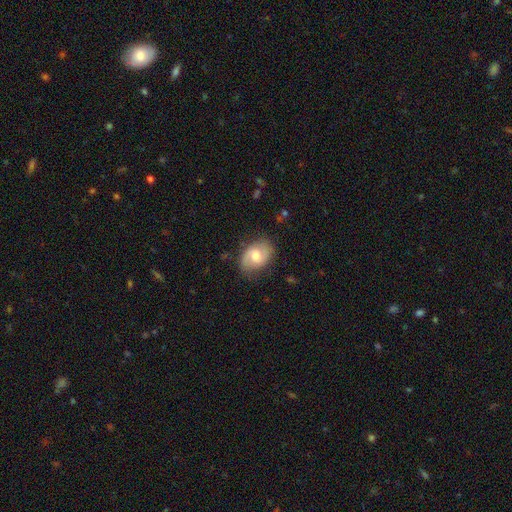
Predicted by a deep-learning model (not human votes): A featured or disk galaxy (53%) with no bar (48%), spiral arms (82%) and a moderate central bulge (70%).

Vote fractions:
- Smooth or featured? featured or disk: 53% / smooth: 40% / star or artifact: 7%
- Edge-on disk? no: 96% / yes: 4%
- Bar? no: 48% / weak: 43% / strong: 9%
- Spiral arms? yes: 82% / no: 18%
- Bulge size? moderate: 70% / small: 20% / large: 7% / none: 1% / dominant: 1%
- Merging? none: 76% / minor disturbance: 18% / major disturbance: 5% / merger: 1%